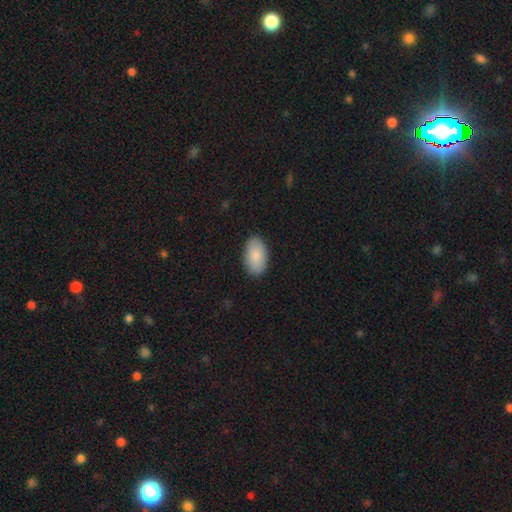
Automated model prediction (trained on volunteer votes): Q: Smooth or featured?
A: smooth (88%); runner-up: featured or disk (6%)
Q: How rounded?
A: in between (95%); runner-up: round (4%)
Q: Merging?
A: none (88%); runner-up: minor disturbance (9%)